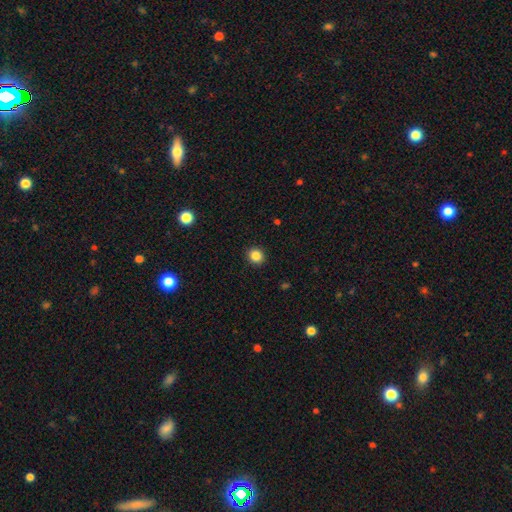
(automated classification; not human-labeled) Overall: smooth (85%). How rounded: round (85%). Merging: none (92%).